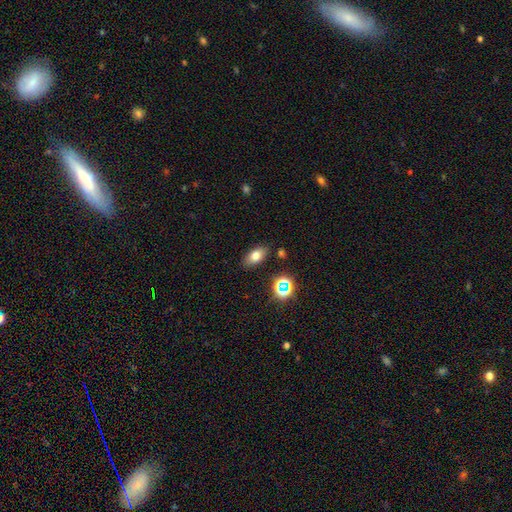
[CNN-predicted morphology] type=smooth (73%); roundness=in between (85%); merging=none (85%).